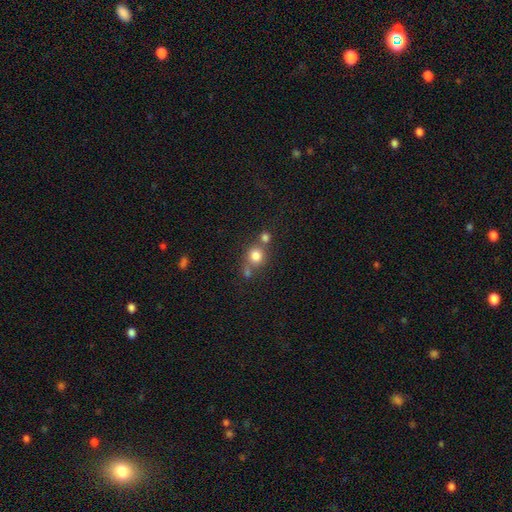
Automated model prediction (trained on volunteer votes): Overall: smooth (79%). How rounded: round (85%). Merging: none (54%; merger 32%).